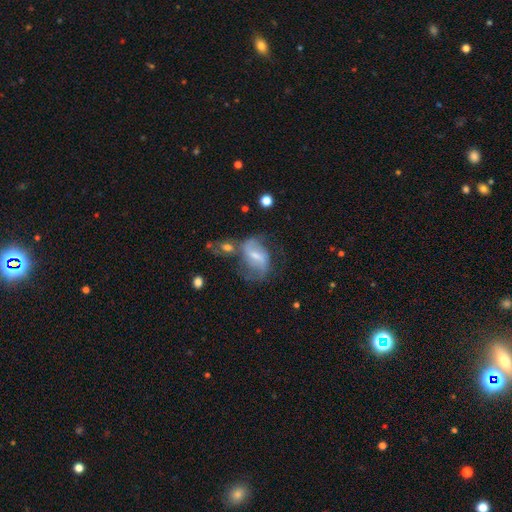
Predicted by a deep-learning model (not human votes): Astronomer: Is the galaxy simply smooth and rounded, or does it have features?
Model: featured or disk — 68%.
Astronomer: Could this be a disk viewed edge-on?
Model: no — 96%.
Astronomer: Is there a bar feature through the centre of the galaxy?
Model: weak — 49% (runner-up: strong, 35%).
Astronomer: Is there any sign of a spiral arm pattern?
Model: yes — 82%.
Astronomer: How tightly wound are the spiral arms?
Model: loose — 54% (runner-up: medium, 35%).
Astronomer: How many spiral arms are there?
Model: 2 — 80%.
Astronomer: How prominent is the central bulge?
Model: small — 42% (runner-up: moderate, 33%).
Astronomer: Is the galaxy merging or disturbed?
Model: none — 41% (runner-up: minor disturbance, 21%).